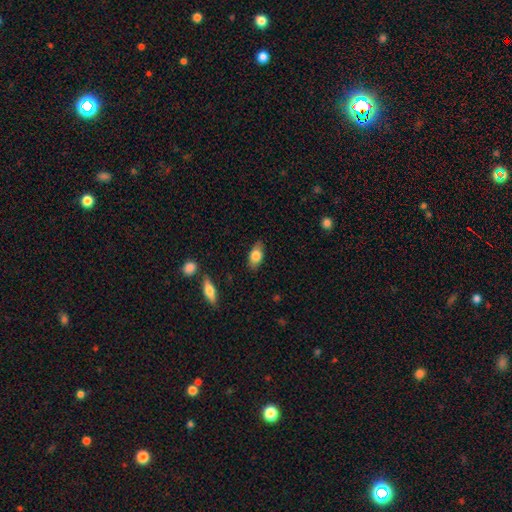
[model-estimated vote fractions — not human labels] smooth_or_featured: smooth (p=0.78) [alt: featured or disk p=0.14]
how_rounded: in between (p=0.87) [alt: cigar-shaped p=0.07]
merging: none (p=0.84) [alt: minor disturbance p=0.12]